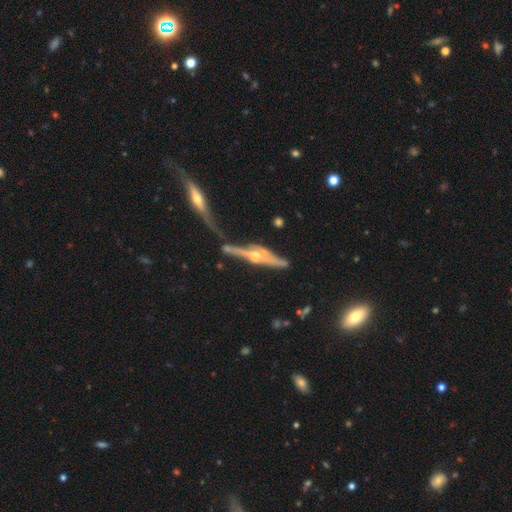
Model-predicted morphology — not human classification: Smooth or featured? Predicted: featured or disk (p=0.81). Edge-on disk? Predicted: yes (p=0.87). Edge-on bulge? Predicted: rounded (p=0.93). Merging? Predicted: none (p=0.43).